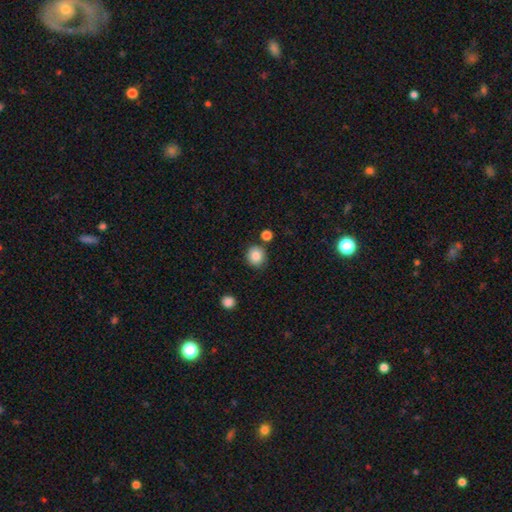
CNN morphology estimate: smooth_or_featured: smooth (p=0.85) [alt: star or artifact p=0.09]
how_rounded: round (p=0.87) [alt: in between p=0.12]
merging: none (p=0.82) [alt: minor disturbance p=0.09]